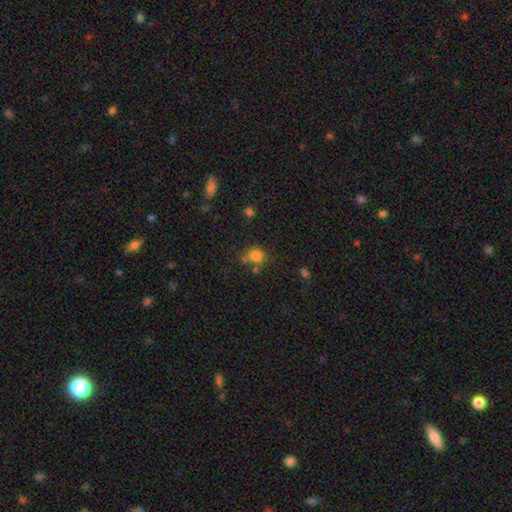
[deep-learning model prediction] Smooth or featured? Predicted: smooth (p=0.81). How rounded? Predicted: round (p=0.77). Merging? Predicted: none (p=0.62).